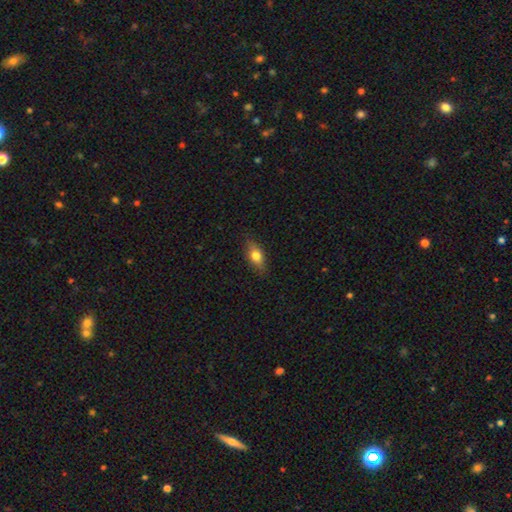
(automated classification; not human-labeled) A smooth galaxy with no disk features (71%) that is in between round and cigar-shaped (78%).

Vote fractions:
- Smooth or featured? smooth: 71% / featured or disk: 21% / star or artifact: 8%
- How rounded? in between: 78% / cigar-shaped: 14% / round: 8%
- Merging? none: 84% / minor disturbance: 13% / major disturbance: 2% / merger: 1%